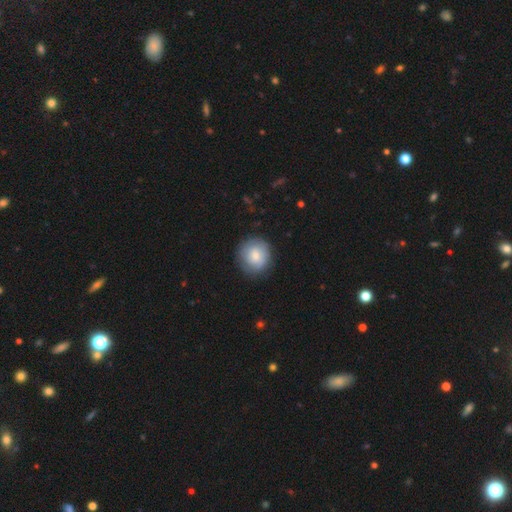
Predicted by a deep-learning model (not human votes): Overall: smooth (72%). How rounded: round (90%). Merging: none (83%).